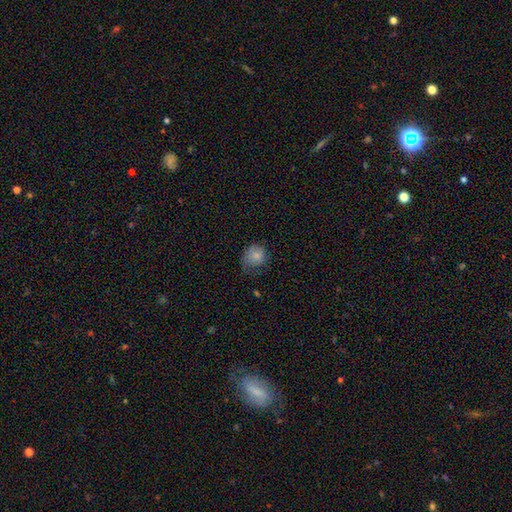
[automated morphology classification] smooth_or_featured: smooth (p=0.81) [alt: featured or disk p=0.10]
how_rounded: round (p=0.72) [alt: in between p=0.27]
merging: none (p=0.46) [alt: minor disturbance p=0.36]